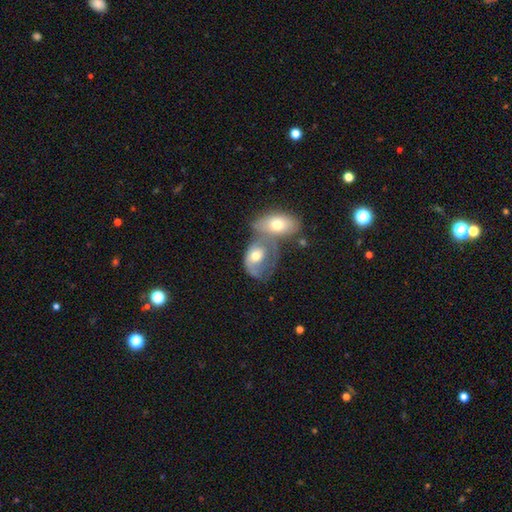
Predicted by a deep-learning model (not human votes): This appears to be a featured or disk galaxy (47%, tied with smooth). Merging: merger (60%).